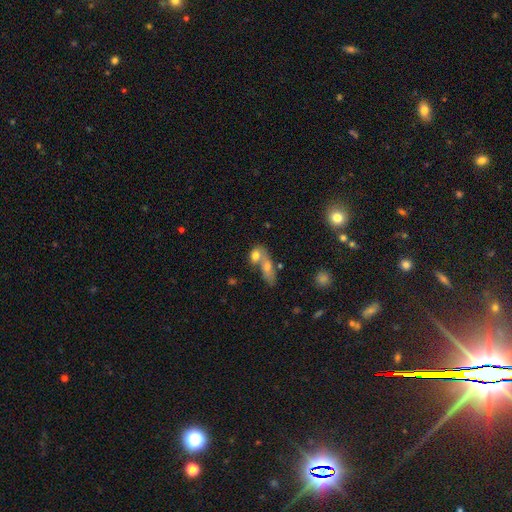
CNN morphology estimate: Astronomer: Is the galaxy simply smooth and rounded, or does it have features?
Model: smooth — 71%.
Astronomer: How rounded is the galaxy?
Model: in between — 63%.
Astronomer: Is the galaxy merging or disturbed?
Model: merger — 63%.